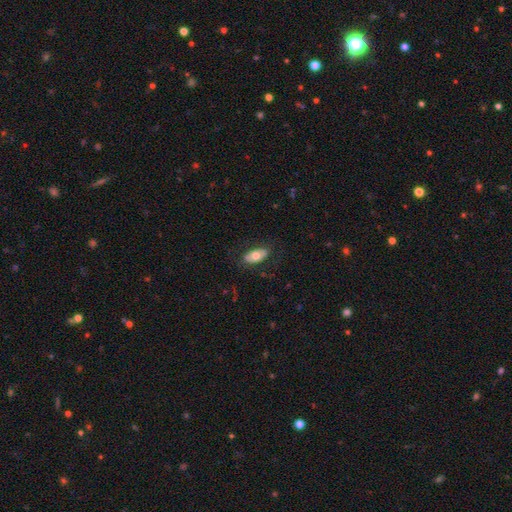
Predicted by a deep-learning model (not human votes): Smooth or featured: smooth — 63% (featured or disk — 31%)
How rounded: in between — 92% (cigar-shaped — 4%)
Merging: none — 81% (minor disturbance — 13%)